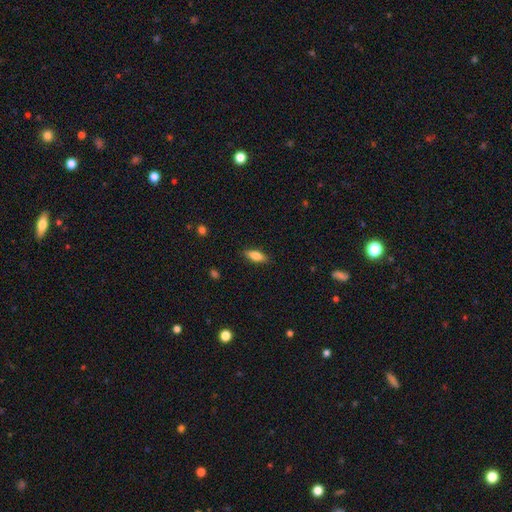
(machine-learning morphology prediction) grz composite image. It shows a smooth galaxy with no disk features (78%) that is in between round and cigar-shaped (68%). Merging: none (86%).